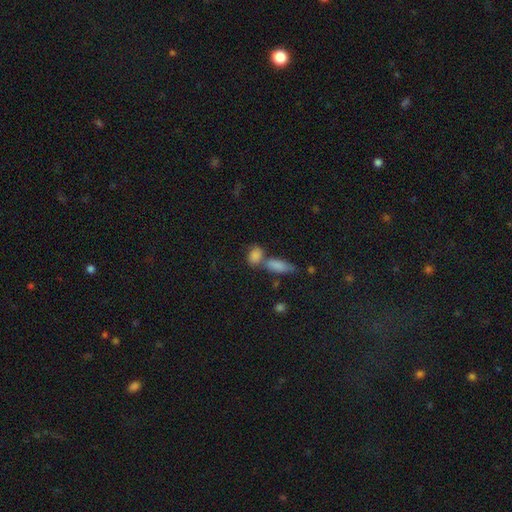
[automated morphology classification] A smooth galaxy with no disk features (84%) that is in between round and cigar-shaped (76%).

Vote fractions:
- Smooth or featured? smooth: 84% / star or artifact: 9% / featured or disk: 8%
- How rounded? in between: 76% / round: 17% / cigar-shaped: 7%
- Merging? merger: 48% / none: 38% / minor disturbance: 10% / major disturbance: 4%